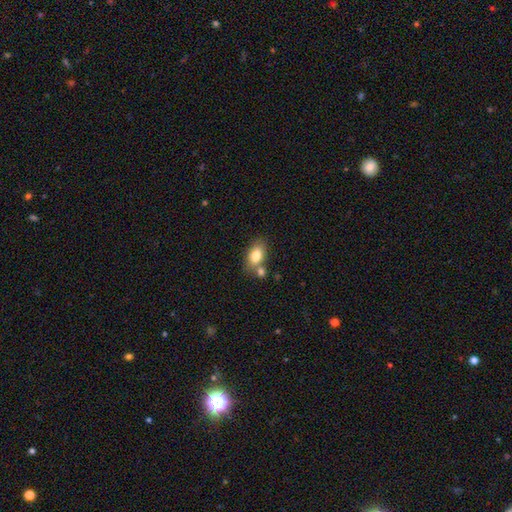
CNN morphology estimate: This is clearly a smooth galaxy (80%). How rounded: clearly in between (85%). Merging: possibly none (59%).